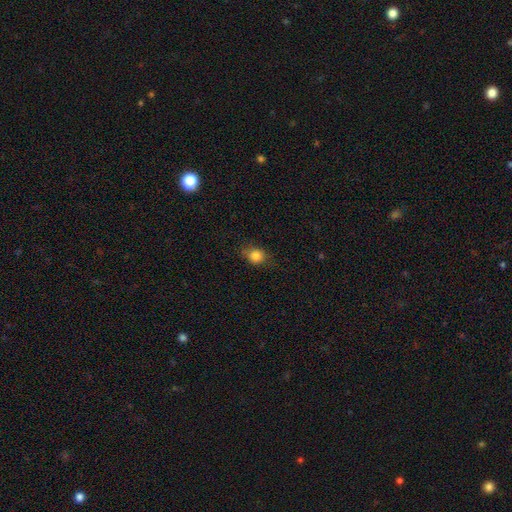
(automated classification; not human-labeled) Smooth or featured: smooth — 83% (star or artifact — 10%)
How rounded: round — 64% (in between — 34%)
Merging: none — 76% (minor disturbance — 18%)